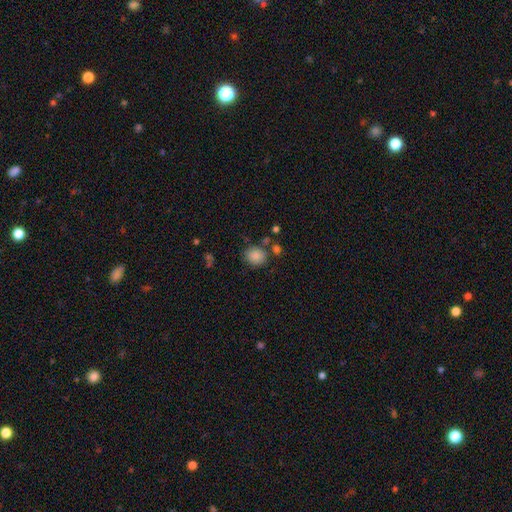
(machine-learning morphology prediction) Smooth or featured? smooth (86%)
How rounded? round (68%)
Merging? none (74%)